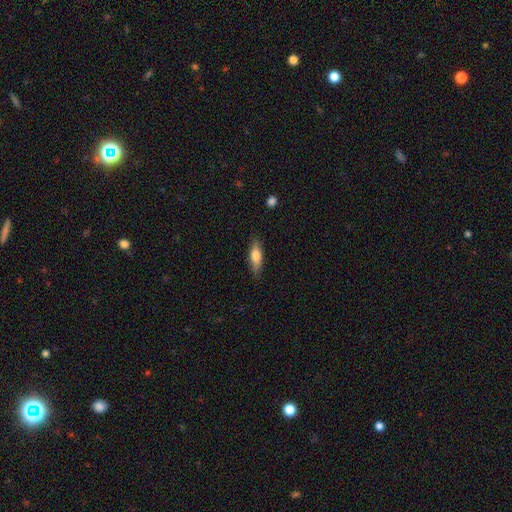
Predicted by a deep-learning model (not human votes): Smooth or featured? Predicted: smooth (p=0.68). How rounded? Predicted: in between (p=0.51). Merging? Predicted: none (p=0.82).